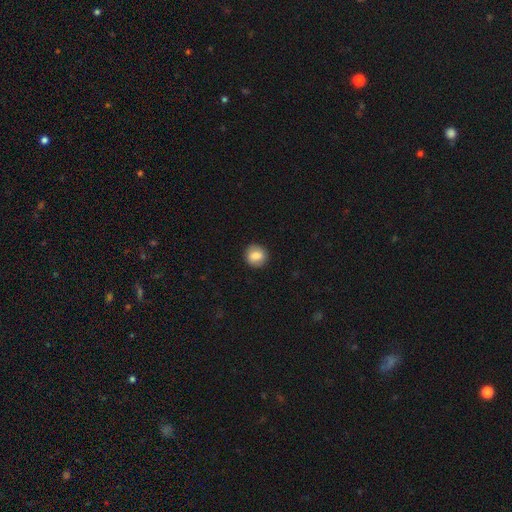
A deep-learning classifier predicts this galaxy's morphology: Smooth or featured? Predicted: smooth (p=0.82). How rounded? Predicted: round (p=0.84). Merging? Predicted: none (p=0.89).